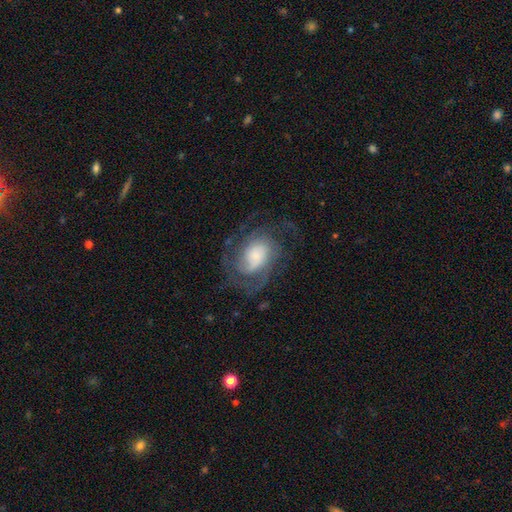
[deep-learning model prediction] Morphology: type=featured or disk (80%); edge-on=no (97%); bar=no (66%); spiral arms=yes (94%); winding=tight (43%); arm count=2 (31%); bulge=large (32%); merging=none (67%).